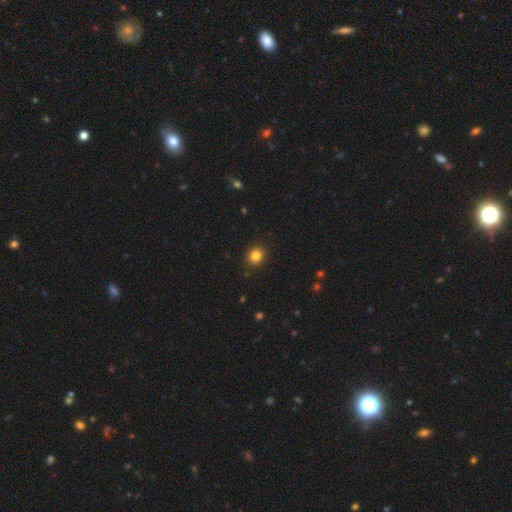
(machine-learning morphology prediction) Smooth or featured: smooth — 83% (star or artifact — 12%)
How rounded: round — 77% (in between — 23%)
Merging: none — 91% (minor disturbance — 6%)